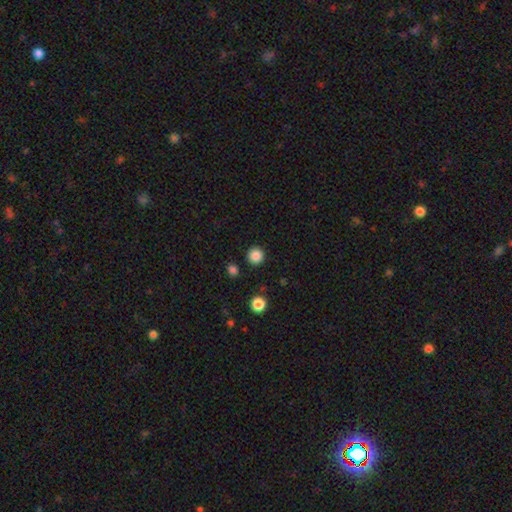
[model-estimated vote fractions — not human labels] Smooth or featured? Predicted: smooth (p=0.86). How rounded? Predicted: round (p=0.95). Merging? Predicted: none (p=0.91).